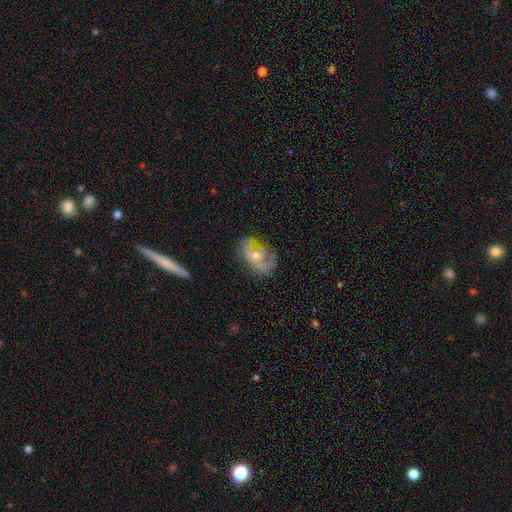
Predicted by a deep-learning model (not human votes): smooth-or-featured: featured or disk: 69% | smooth: 23% | star or artifact: 9%
  disk-edge-on: no: 92% | yes: 8%
    bar: no: 74% | weak: 20% | strong: 6%
    has-spiral-arms: yes: 64% | no: 36%
    bulge-size: small: 54% | moderate: 42% | none: 2% | large: 1% | dominant: 1%
  merging: none: 55% | minor disturbance: 26% | major disturbance: 17% | merger: 2%